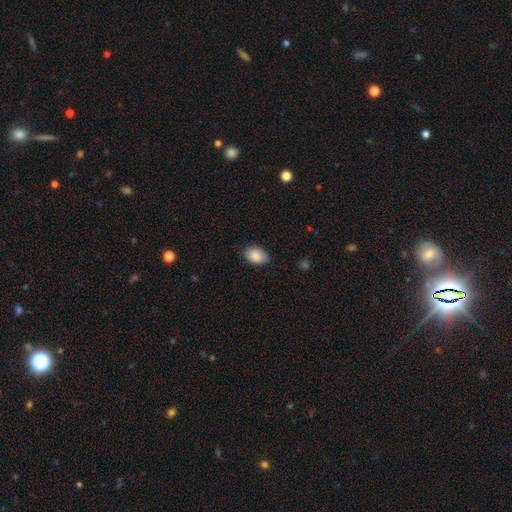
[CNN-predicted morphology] This appears to be a smooth galaxy with no disk features (89%) that is in between round and cigar-shaped (86%). Merging: none (83%).